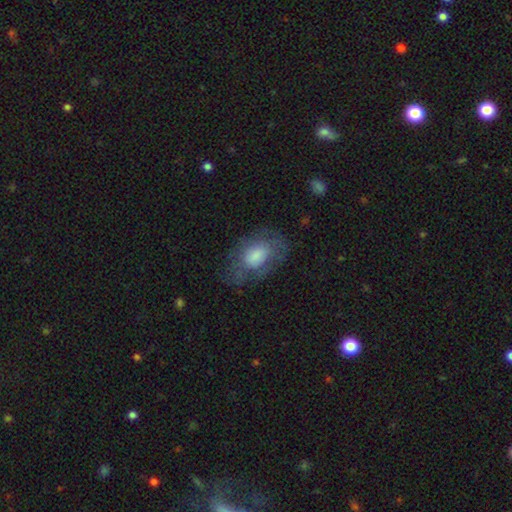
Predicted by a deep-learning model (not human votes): Smooth or featured: smooth — 56% (featured or disk — 35%)
How rounded: in between — 84% (round — 14%)
Merging: none — 58% (minor disturbance — 24%)